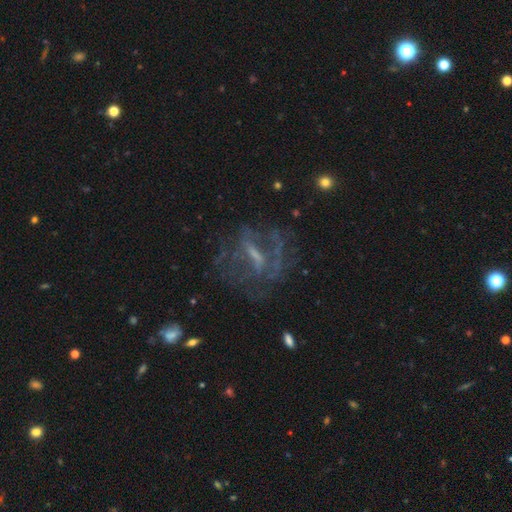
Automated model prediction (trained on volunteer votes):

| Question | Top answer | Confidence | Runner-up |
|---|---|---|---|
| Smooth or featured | featured or disk | 69% | smooth (16%) |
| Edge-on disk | no | 87% | yes (13%) |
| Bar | strong | 41% | weak (36%) |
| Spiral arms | yes | 52% | no (48%) |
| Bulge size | small | 36% | none (33%) |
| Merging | none | 54% | major disturbance (27%) |